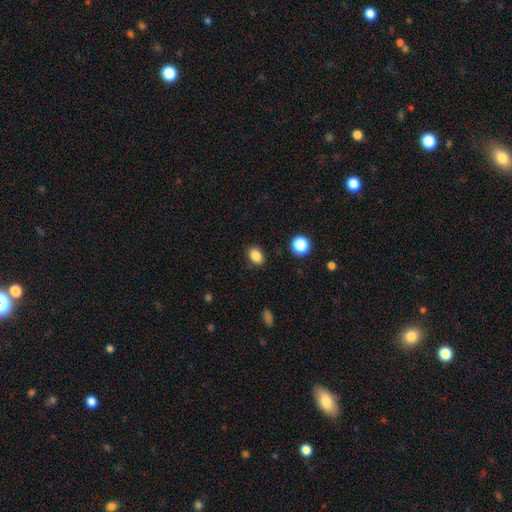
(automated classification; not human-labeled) A smooth galaxy with no disk features (86%) that is in between round and cigar-shaped (74%). Merging: none (87%).